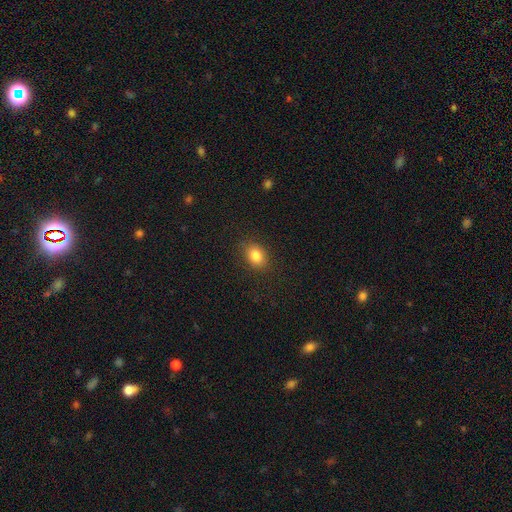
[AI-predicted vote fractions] Overall: smooth (84%). How rounded: in between (61%; round 37%). Merging: none (84%).